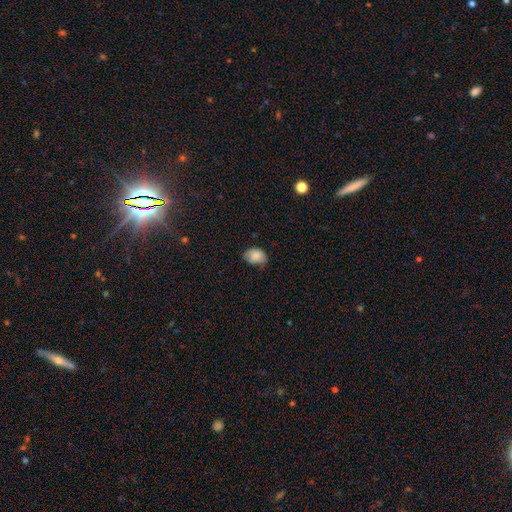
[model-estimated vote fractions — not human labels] Q: Smooth or featured?
A: smooth (84%); runner-up: featured or disk (8%)
Q: How rounded?
A: in between (76%); runner-up: round (23%)
Q: Merging?
A: none (63%); runner-up: minor disturbance (31%)